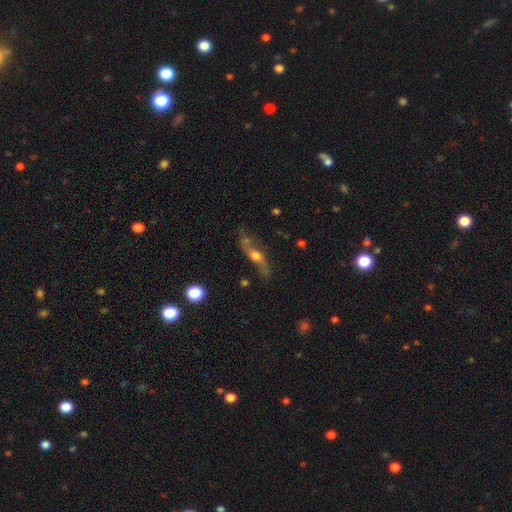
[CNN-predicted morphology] Smooth or featured? featured or disk (63%)
Edge-on disk? no (51%)
Merging? none (55%)